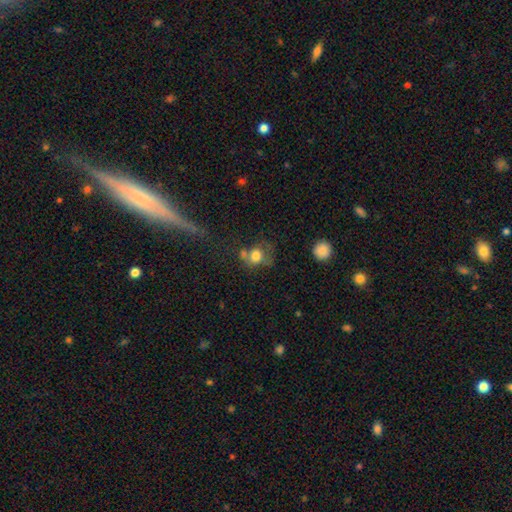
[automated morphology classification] Smooth or featured?
  - smooth: 73% *
  - featured or disk: 16%
  - star or artifact: 11%
How rounded?
  - round: 63% *
  - in between: 36%
  - cigar-shaped: 1%
Merging?
  - none: 36% *
  - merger: 28%
  - minor disturbance: 19%
  - major disturbance: 17%